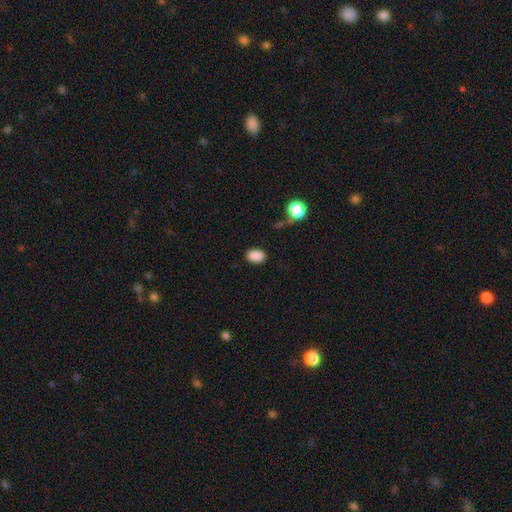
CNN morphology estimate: This appears to be a smooth galaxy with no disk features (88%) that is in between round and cigar-shaped (81%). Merging: none (85%).